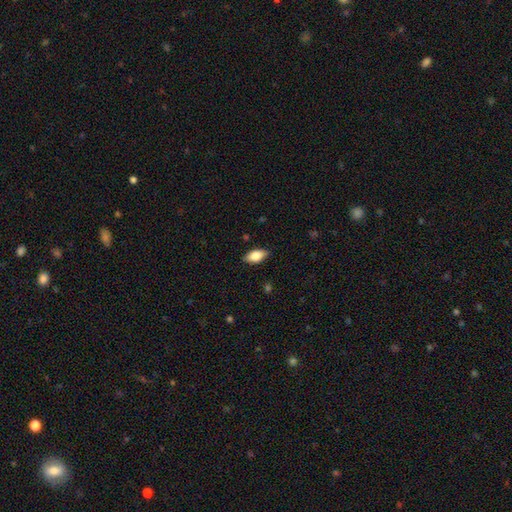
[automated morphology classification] smooth-or-featured: smooth: 80% | featured or disk: 13% | star or artifact: 7%
  how-rounded: in between: 90% | cigar-shaped: 6% | round: 3%
  merging: none: 86% | minor disturbance: 11% | major disturbance: 2% | merger: 1%